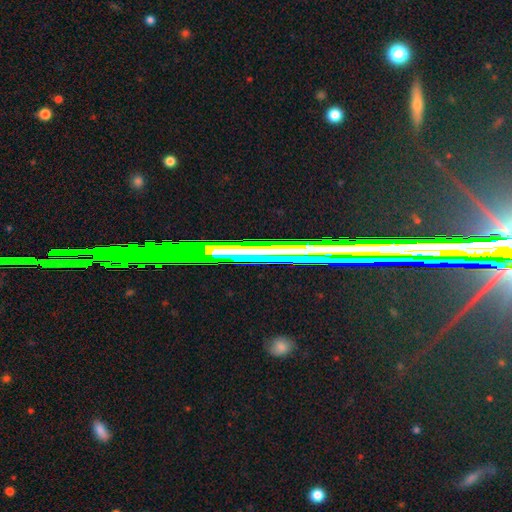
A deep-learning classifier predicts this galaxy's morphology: The model was most divided on "smooth or featured": star or artifact: 59%, featured or disk: 29%, smooth: 13%.